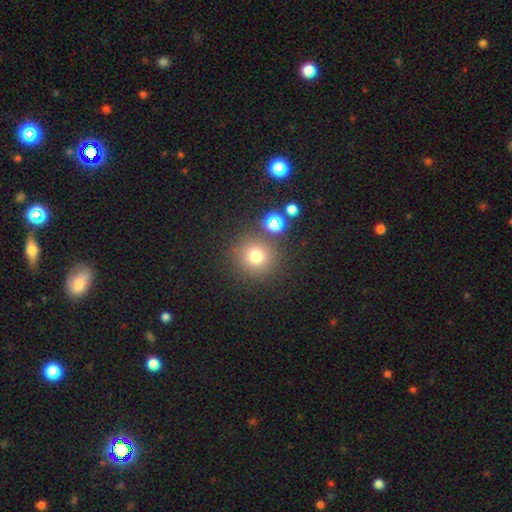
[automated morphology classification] Q: Smooth or featured?
A: smooth (75%); runner-up: star or artifact (17%)
Q: How rounded?
A: round (93%); runner-up: in between (6%)
Q: Merging?
A: none (82%); runner-up: minor disturbance (8%)